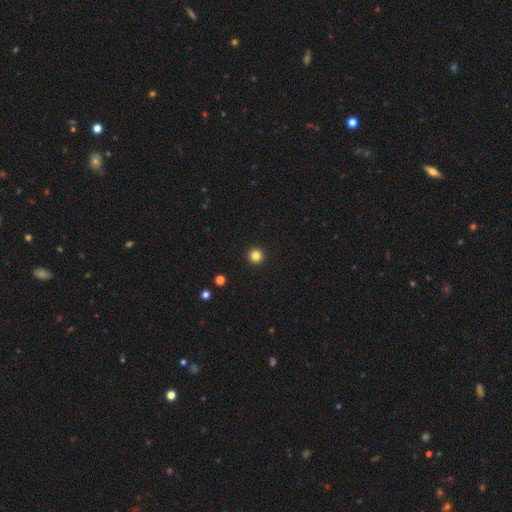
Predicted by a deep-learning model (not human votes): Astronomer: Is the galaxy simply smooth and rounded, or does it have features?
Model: smooth — 84%.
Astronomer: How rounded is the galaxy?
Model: round — 96%.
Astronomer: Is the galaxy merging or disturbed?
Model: none — 94%.